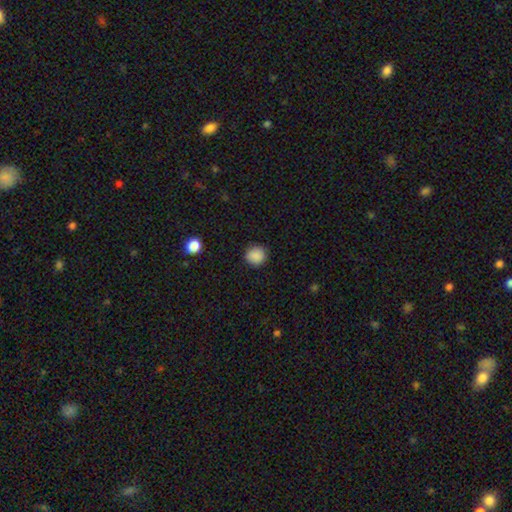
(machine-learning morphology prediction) This appears to be a smooth galaxy with no disk features (87%) that is round (90%). Merging: none (89%).